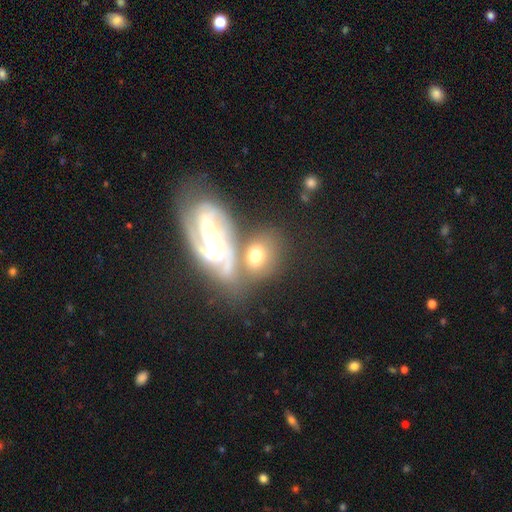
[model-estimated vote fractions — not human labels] smooth_or_featured: smooth (p=0.58) [alt: featured or disk p=0.33]
how_rounded: in between (p=0.58) [alt: round p=0.40]
merging: none (p=0.44) [alt: merger p=0.35]